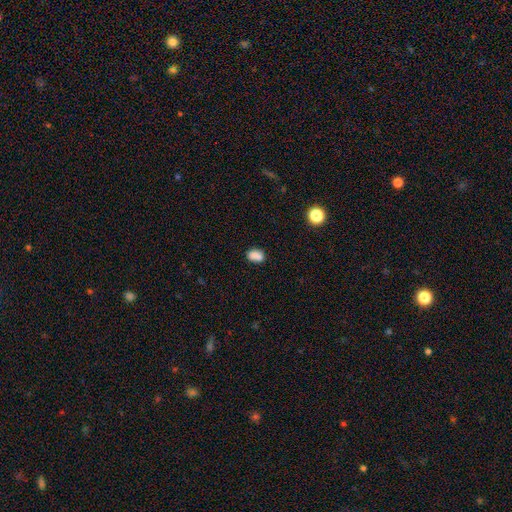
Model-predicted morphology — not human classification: Smooth or featured: smooth — 83% (star or artifact — 11%)
How rounded: in between — 79% (round — 19%)
Merging: none — 63% (minor disturbance — 18%)